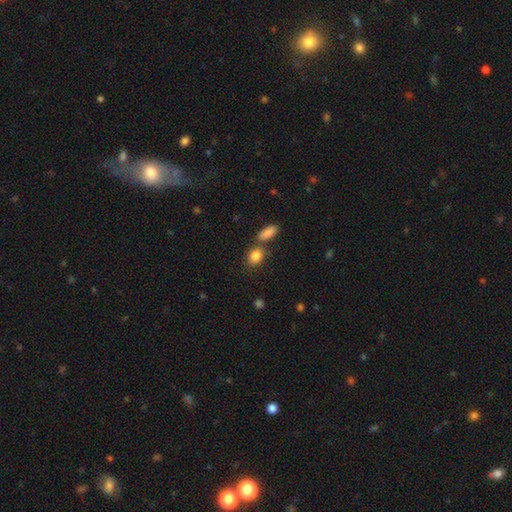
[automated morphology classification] Smooth or featured? smooth (85%)
How rounded? in between (66%)
Merging? none (58%)